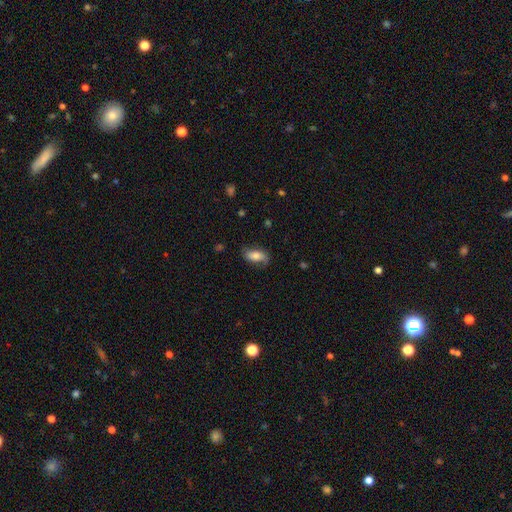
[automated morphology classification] smooth_or_featured: smooth (p=0.65) [alt: featured or disk p=0.28]
how_rounded: in between (p=0.87) [alt: cigar-shaped p=0.09]
merging: none (p=0.69) [alt: minor disturbance p=0.22]